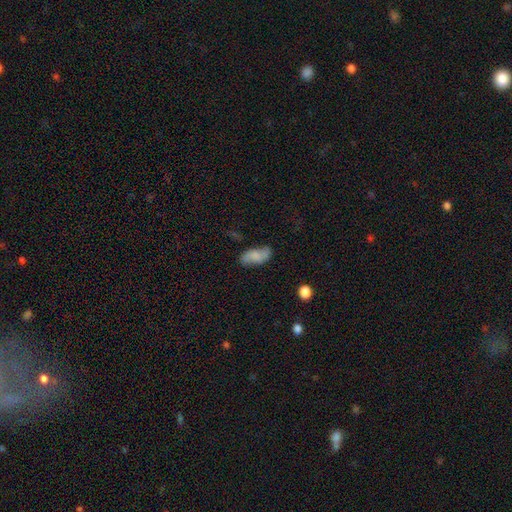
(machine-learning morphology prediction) A smooth galaxy with no disk features (60%) that is in between round and cigar-shaped (89%).

Vote fractions:
- Smooth or featured? smooth: 60% / featured or disk: 31% / star or artifact: 9%
- How rounded? in between: 89% / cigar-shaped: 7% / round: 4%
- Merging? none: 68% / minor disturbance: 22% / major disturbance: 7% / merger: 3%